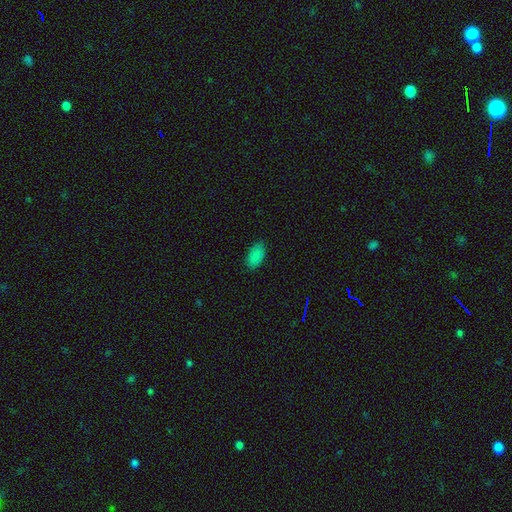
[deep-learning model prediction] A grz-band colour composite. It shows a smooth galaxy with no disk features (86%) that is in between round and cigar-shaped (94%). Merging: none (85%).